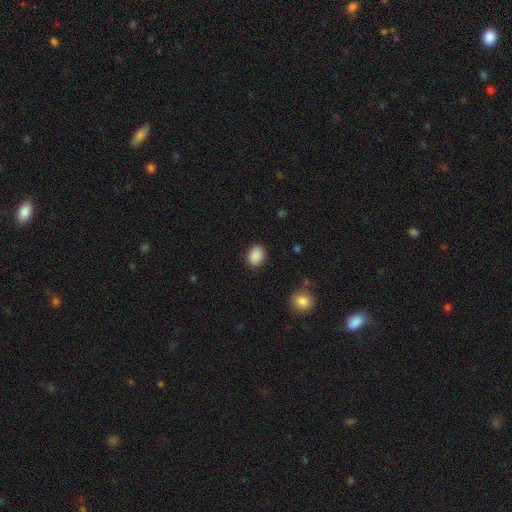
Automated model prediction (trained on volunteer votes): This appears to be a smooth galaxy with no disk features (89%) that is in between round and cigar-shaped (64%). Merging: none (88%).